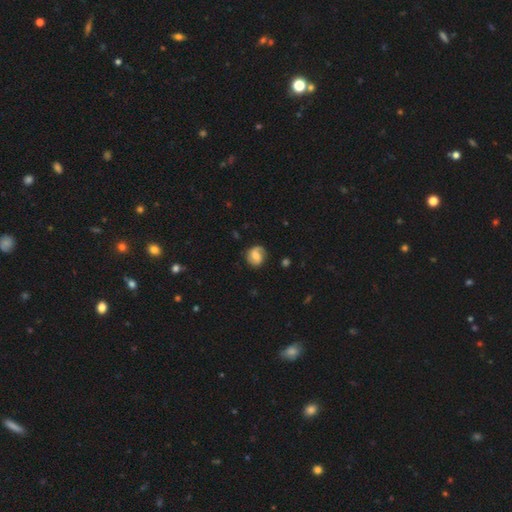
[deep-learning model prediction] Overall: featured or disk (56%; smooth 36%). Edge-on disk: no (97%). Bar: no (44%, tied with weak). Spiral arms: yes (90%). Bulge size: moderate (51%; small 35%). Merging: none (75%).